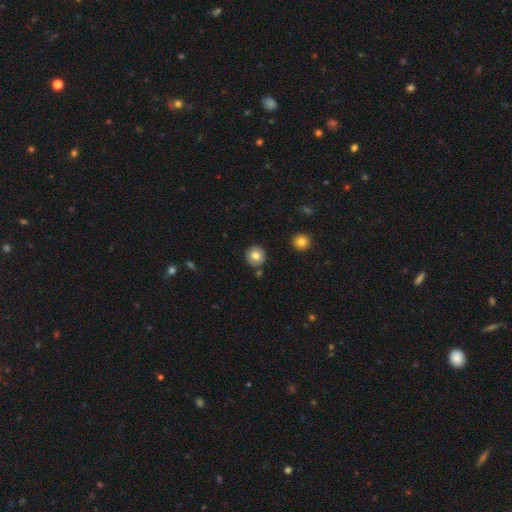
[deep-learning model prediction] Smooth or featured? Predicted: smooth (p=0.78). How rounded? Predicted: round (p=0.93). Merging? Predicted: none (p=0.86).